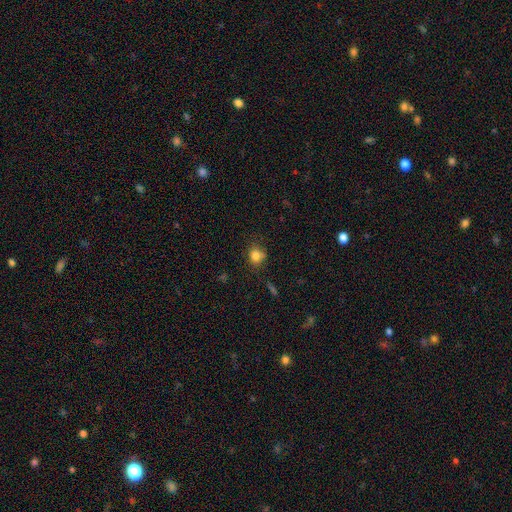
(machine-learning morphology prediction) Smooth or featured? Predicted: smooth (p=0.80). How rounded? Predicted: round (p=0.64). Merging? Predicted: none (p=0.67).